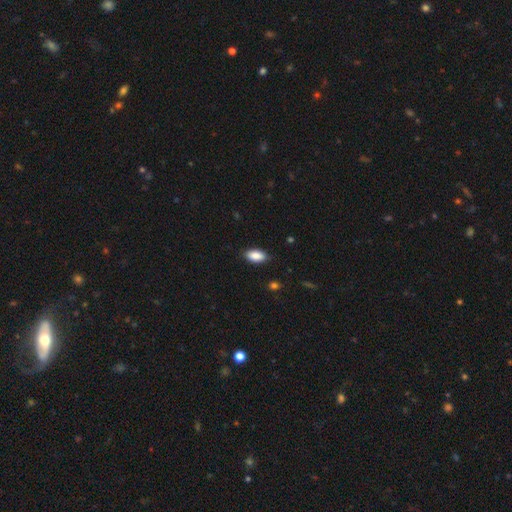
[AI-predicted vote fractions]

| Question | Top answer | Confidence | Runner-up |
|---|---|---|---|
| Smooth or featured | smooth | 89% | star or artifact (7%) |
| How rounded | in between | 93% | cigar-shaped (4%) |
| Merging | none | 86% | minor disturbance (11%) |